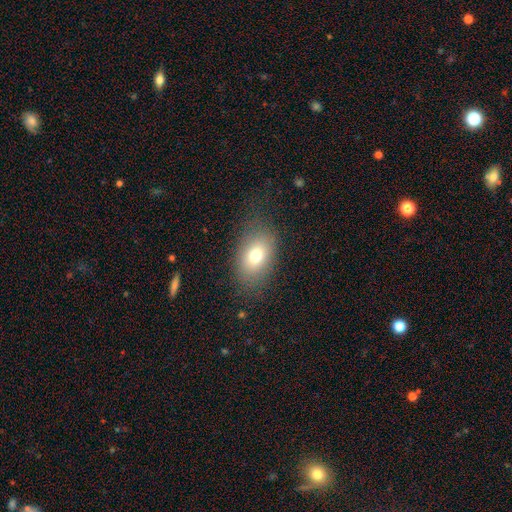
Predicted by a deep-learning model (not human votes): The model was most divided on "smooth or featured": smooth: 74%, featured or disk: 15%, star or artifact: 12%. More confident: how rounded — in between (80%); merging — none (79%).